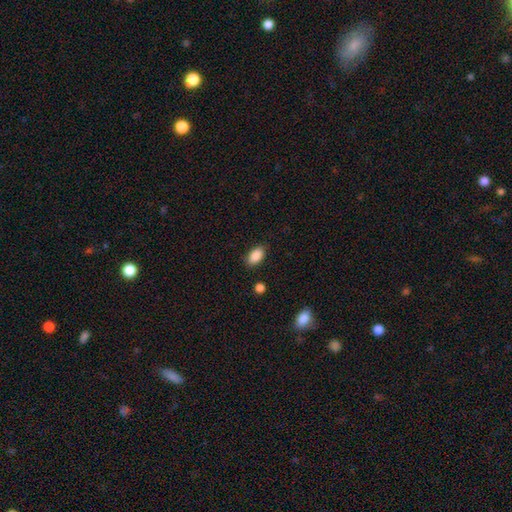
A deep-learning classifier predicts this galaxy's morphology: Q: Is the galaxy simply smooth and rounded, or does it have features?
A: smooth — 89%.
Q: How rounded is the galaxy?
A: in between — 92%.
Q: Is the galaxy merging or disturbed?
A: none — 85%.